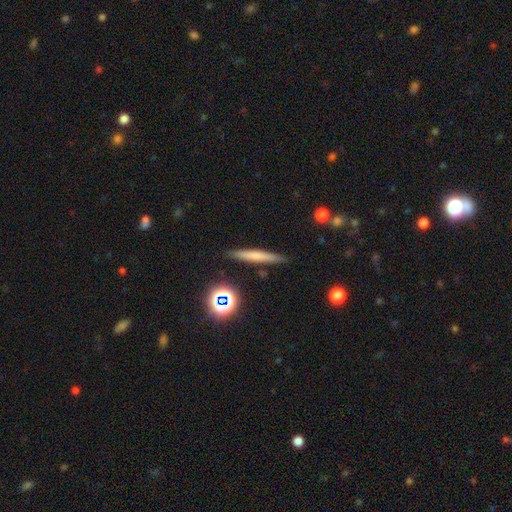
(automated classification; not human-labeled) Smooth or featured: smooth — 60% (featured or disk — 30%)
How rounded: cigar-shaped — 93% (in between — 5%)
Merging: none — 88% (minor disturbance — 8%)